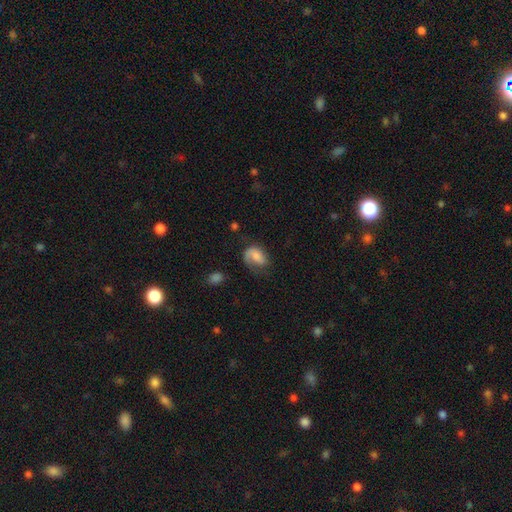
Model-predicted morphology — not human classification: smooth_or_featured: smooth (p=0.56) [alt: featured or disk p=0.36]
how_rounded: in between (p=0.79) [alt: round p=0.19]
merging: none (p=0.45) [alt: minor disturbance p=0.27]